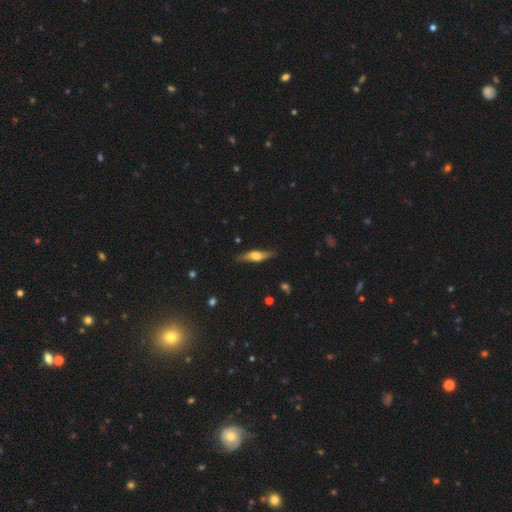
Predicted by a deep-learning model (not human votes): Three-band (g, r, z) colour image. It shows a featured or disk galaxy (57%) viewed edge-on (90%) with a rounded central bulge (86%). Merging: none (82%).